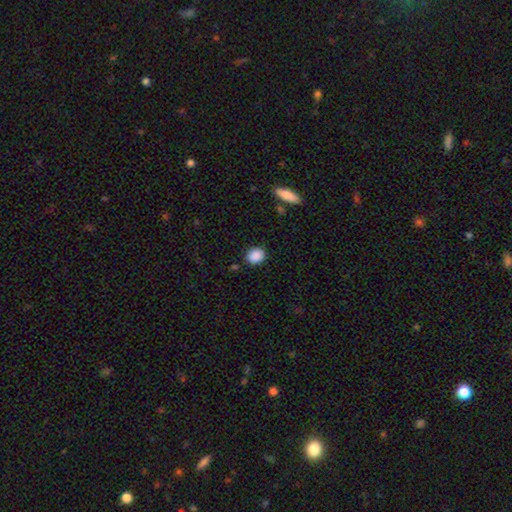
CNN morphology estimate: The model was most divided on "how rounded": round: 56%, in between: 42%, cigar-shaped: 1%. More confident: smooth or featured — smooth (88%); merging — none (85%).